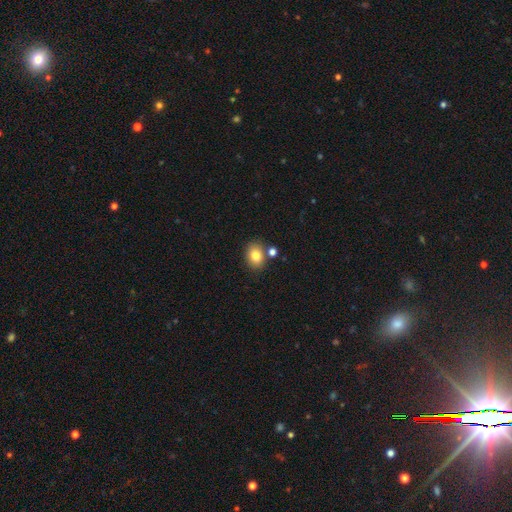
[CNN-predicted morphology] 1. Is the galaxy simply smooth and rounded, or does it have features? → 81% smooth, 10% star or artifact, 8% featured or disk.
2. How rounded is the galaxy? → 55% in between, 44% round, 1% cigar-shaped.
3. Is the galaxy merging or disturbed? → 75% none, 12% merger, 10% minor disturbance, 3% major disturbance.